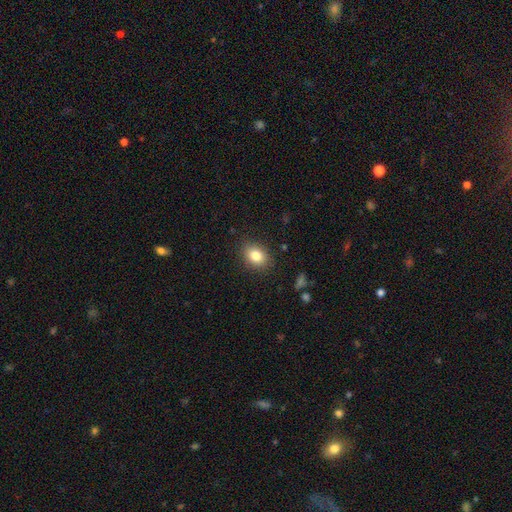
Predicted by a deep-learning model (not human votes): The model was most divided on "how rounded": in between: 65%, round: 33%, cigar-shaped: 1%. More confident: merging — none (86%); smooth or featured — smooth (83%).